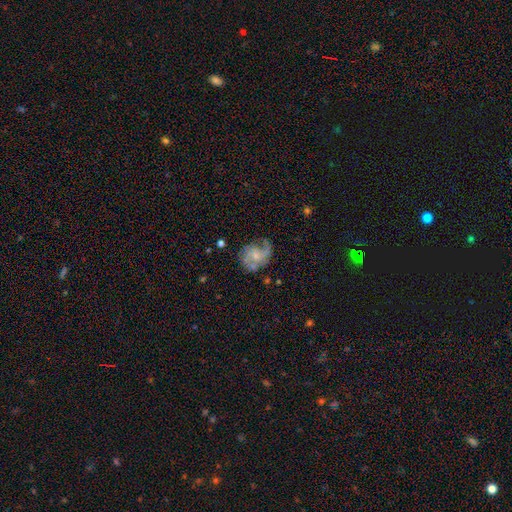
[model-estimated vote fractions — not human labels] Smooth or featured? featured or disk (78%)
Edge-on disk? no (98%)
Bar? no (61%)
Spiral arms? yes (93%)
Spiral winding? medium (47%)
Spiral arm count? 2 (62%)
Bulge size? small (52%)
Merging? none (59%)